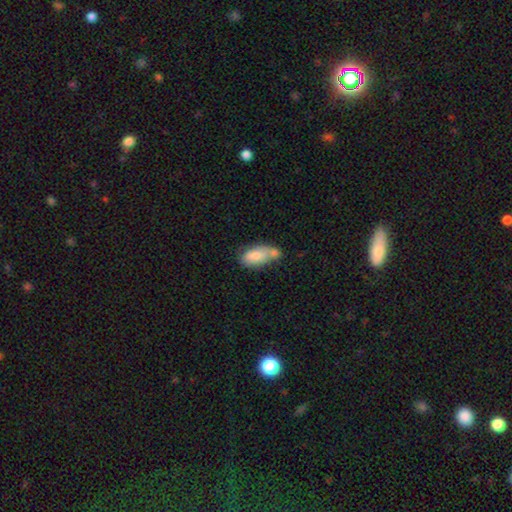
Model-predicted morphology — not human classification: smooth-or-featured: smooth: 79% | featured or disk: 15% | star or artifact: 7%
  how-rounded: in between: 89% | cigar-shaped: 7% | round: 4%
  merging: merger: 38% | none: 34% | minor disturbance: 20% | major disturbance: 7%